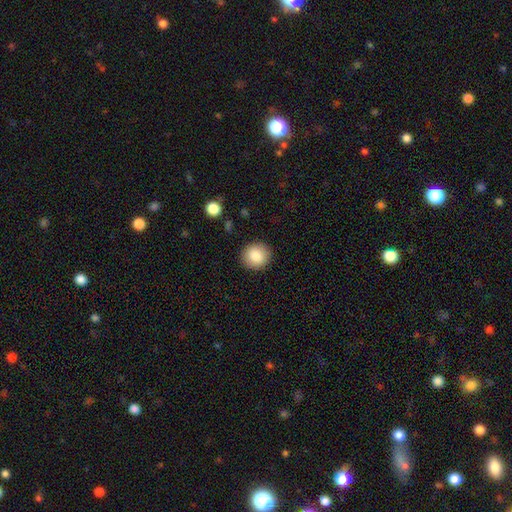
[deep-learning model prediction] A smooth galaxy with no disk features (86%) that is round (86%).

Vote fractions:
- Smooth or featured? smooth: 86% / star or artifact: 8% / featured or disk: 6%
- How rounded? round: 86% / in between: 13% / cigar-shaped: 1%
- Merging? none: 91% / minor disturbance: 6% / major disturbance: 2% / merger: 1%